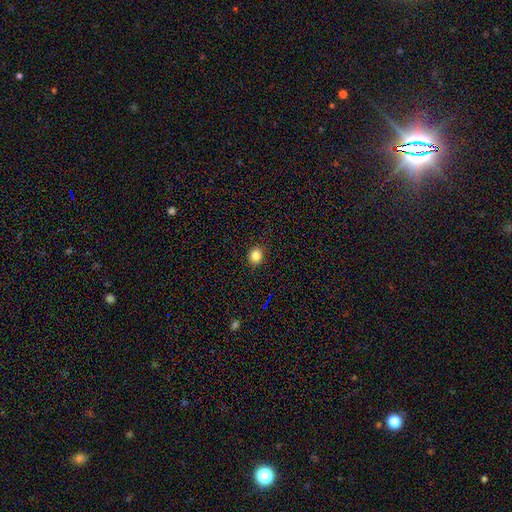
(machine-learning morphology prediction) Smooth or featured: smooth — 83% (star or artifact — 12%)
How rounded: round — 73% (in between — 26%)
Merging: none — 89% (minor disturbance — 8%)